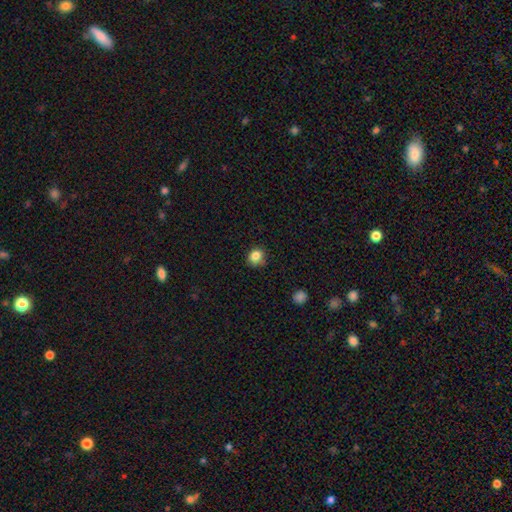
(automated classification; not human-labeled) smooth_or_featured: smooth (p=0.82) [alt: star or artifact p=0.12]
how_rounded: round (p=0.73) [alt: in between p=0.26]
merging: none (p=0.73) [alt: minor disturbance p=0.21]